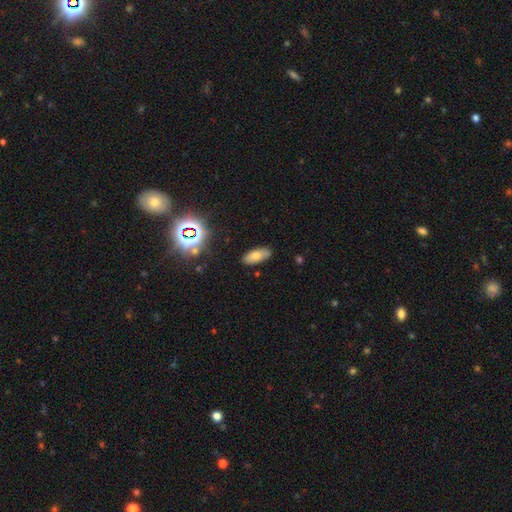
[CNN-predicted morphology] Q: Smooth or featured?
A: smooth (71%); runner-up: featured or disk (17%)
Q: How rounded?
A: in between (82%); runner-up: cigar-shaped (14%)
Q: Merging?
A: none (86%); runner-up: minor disturbance (10%)